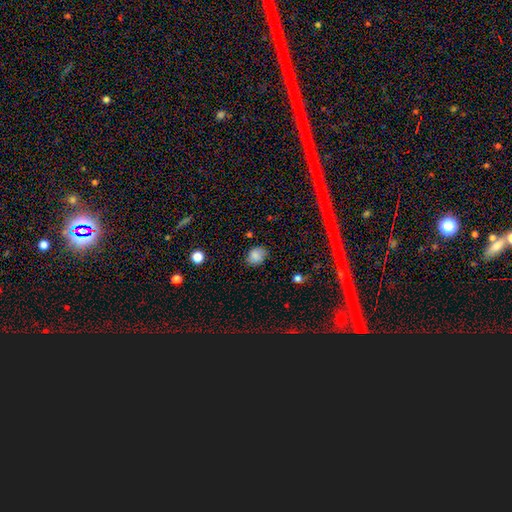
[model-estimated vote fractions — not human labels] smooth_or_featured: smooth (p=0.81) [alt: star or artifact p=0.10]
how_rounded: round (p=0.53) [alt: in between p=0.46]
merging: none (p=0.75) [alt: minor disturbance p=0.19]